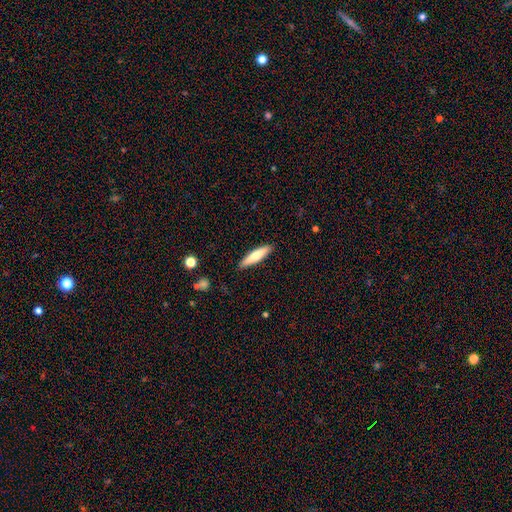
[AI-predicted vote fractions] smooth 63%, featured or disk 31%, star or artifact 6%. Down the decision tree: how rounded — cigar-shaped (81%); merging — none (89%).